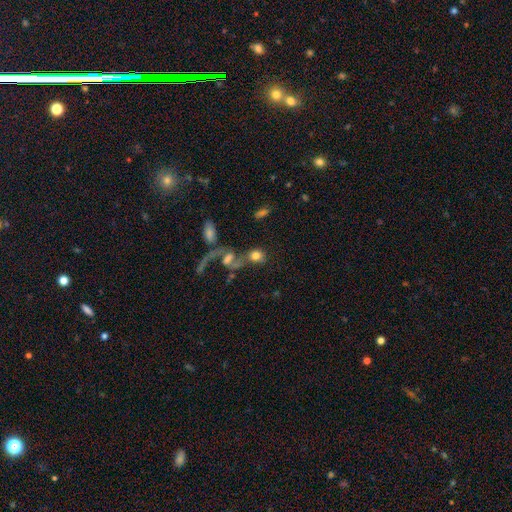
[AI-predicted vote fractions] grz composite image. It shows a smooth galaxy with no disk features (64%) that is round (62%). Merging: merger (43%).